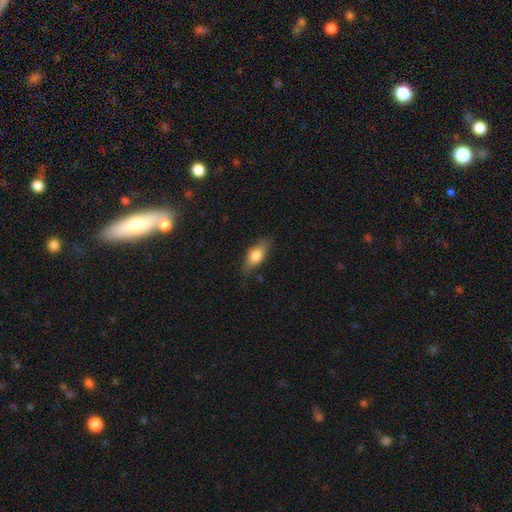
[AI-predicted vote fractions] Overall: smooth (68%). How rounded: in between (77%). Merging: none (76%).